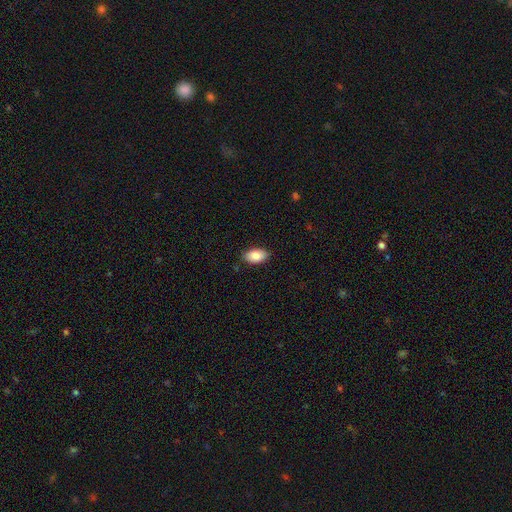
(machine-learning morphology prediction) The model was most divided on "merging": none: 86%, minor disturbance: 11%, major disturbance: 2%, merger: 1%. More confident: how rounded — in between (93%); smooth or featured — smooth (86%).